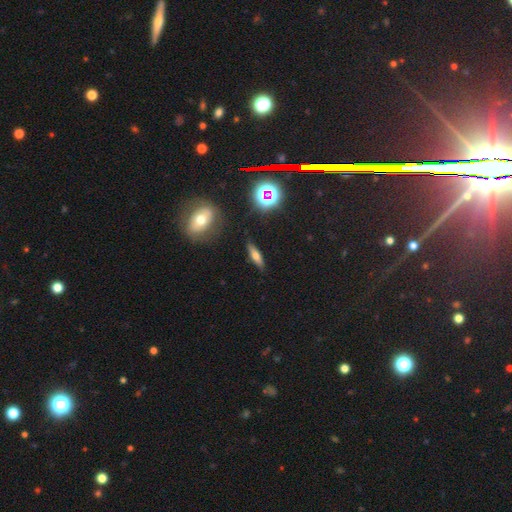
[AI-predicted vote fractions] A smooth galaxy with no disk features (53%) that is cigar-shaped (62%).

Vote fractions:
- Smooth or featured? smooth: 53% / featured or disk: 33% / star or artifact: 14%
- How rounded? cigar-shaped: 62% / in between: 33% / round: 5%
- Merging? none: 86% / minor disturbance: 10% / major disturbance: 2% / merger: 2%